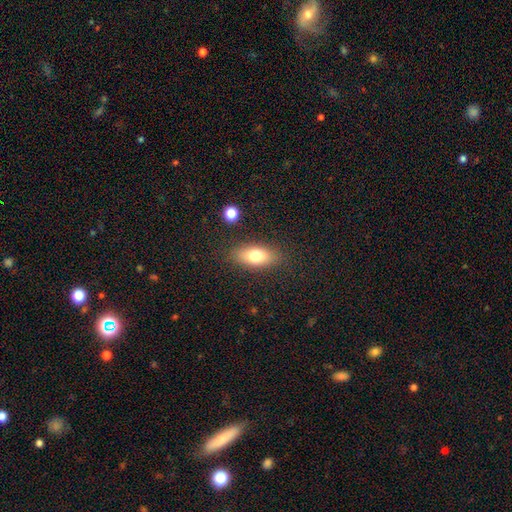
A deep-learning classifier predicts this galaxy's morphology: A smooth galaxy with no disk features (76%) that is in between round and cigar-shaped (82%). Merging: none (84%).